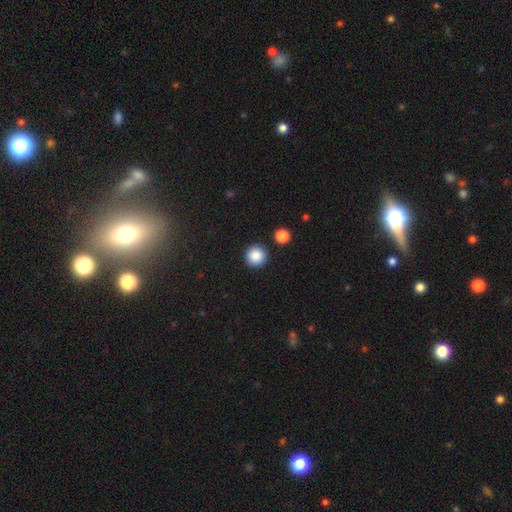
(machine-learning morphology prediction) Q: Smooth or featured?
A: smooth (87%); runner-up: star or artifact (9%)
Q: How rounded?
A: round (95%); runner-up: in between (4%)
Q: Merging?
A: none (91%); runner-up: minor disturbance (5%)